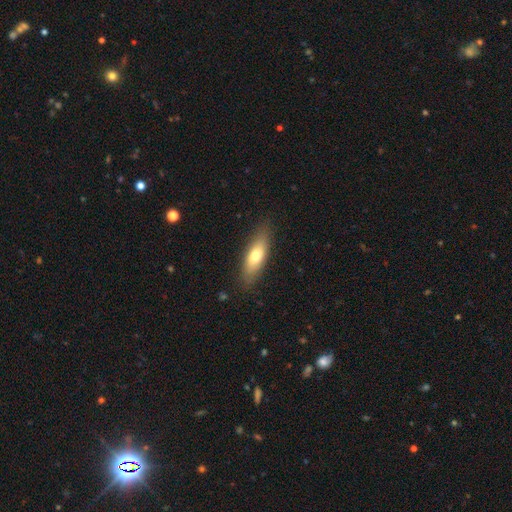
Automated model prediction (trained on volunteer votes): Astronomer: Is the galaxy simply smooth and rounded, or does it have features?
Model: smooth — 69%.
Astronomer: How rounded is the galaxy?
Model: in between — 59% (runner-up: cigar-shaped, 38%).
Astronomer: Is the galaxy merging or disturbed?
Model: none — 83%.